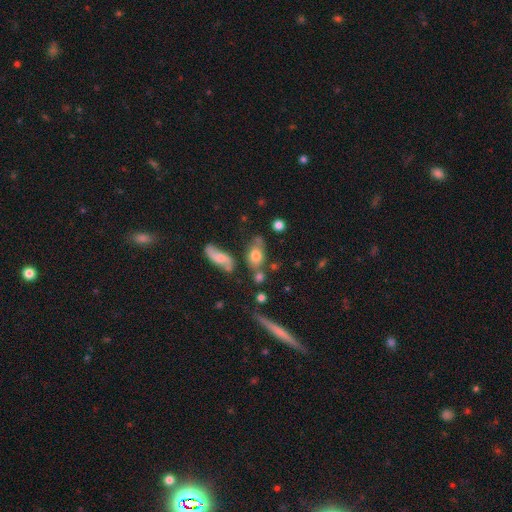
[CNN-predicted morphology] This appears to be a smooth galaxy with no disk features (67%) that is in between round and cigar-shaped (74%). Merging: none (48%).